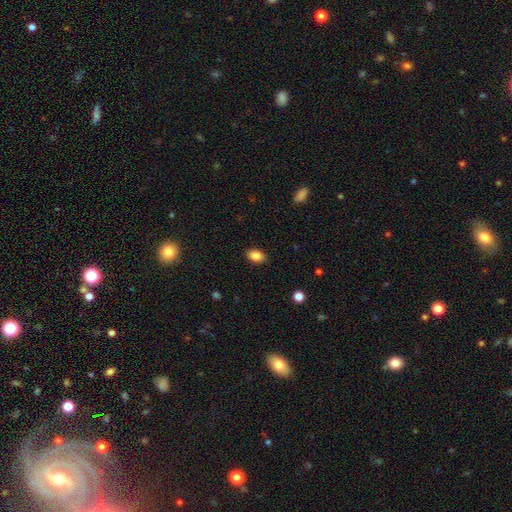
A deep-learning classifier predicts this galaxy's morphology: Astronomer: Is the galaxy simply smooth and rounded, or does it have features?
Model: smooth — 86%.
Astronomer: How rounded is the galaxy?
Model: in between — 86%.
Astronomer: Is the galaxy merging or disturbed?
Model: none — 88%.